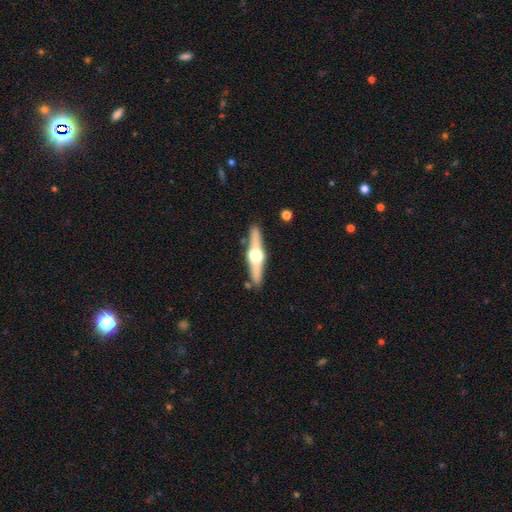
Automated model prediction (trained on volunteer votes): Overall: featured or disk (75%). Edge-on disk: yes (97%). Edge-on bulge: rounded (96%). Merging: none (86%).